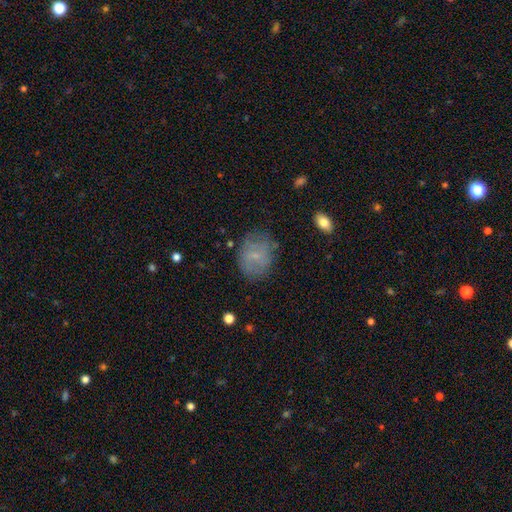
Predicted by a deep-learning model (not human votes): Q: Smooth or featured?
A: smooth (59%); runner-up: featured or disk (30%)
Q: How rounded?
A: in between (54%); runner-up: round (45%)
Q: Merging?
A: none (70%); runner-up: minor disturbance (20%)